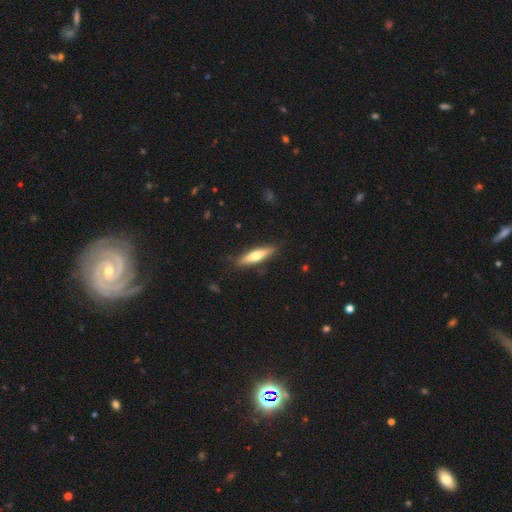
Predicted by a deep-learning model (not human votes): smooth 55%, featured or disk 39%, star or artifact 6%. Down the decision tree: how rounded — cigar-shaped (76%); merging — none (87%).